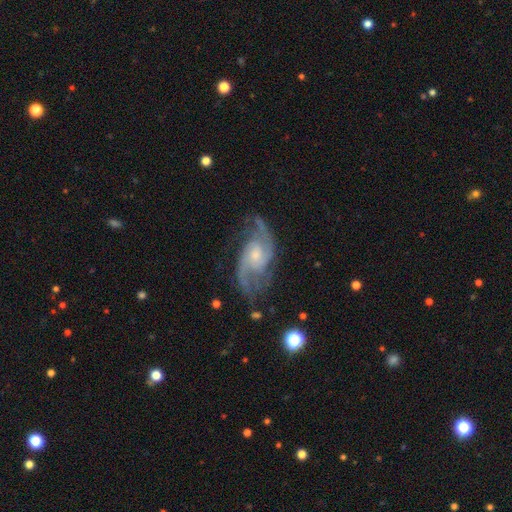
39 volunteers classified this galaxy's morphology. Q: Smooth or featured?
A: featured or disk (87%); runner-up: star or artifact (8%)
Q: Edge-on disk?
A: no (94%); runner-up: yes (6%)
Q: Bar?
A: no (66%); runner-up: weak (28%)
Q: Spiral arms?
A: yes (100%)
Q: Spiral winding?
A: medium (44%); runner-up: loose (34%)
Q: Spiral arm count?
A: 2 (78%); runner-up: 4 (9%)
Q: Bulge size?
A: small (53%); runner-up: moderate (38%)
Q: Merging?
A: none (56%); runner-up: minor disturbance (22%)